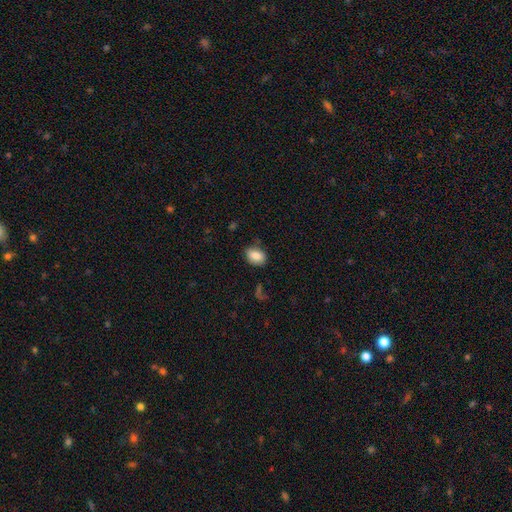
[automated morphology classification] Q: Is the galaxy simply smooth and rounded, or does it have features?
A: smooth — 86%.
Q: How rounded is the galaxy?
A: in between — 77%.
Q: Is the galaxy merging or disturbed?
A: none — 79%.